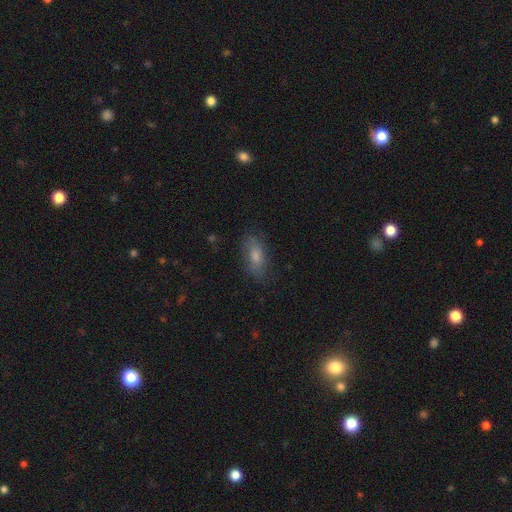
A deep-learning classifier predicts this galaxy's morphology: Smooth or featured?
  - smooth: 60% *
  - featured or disk: 26%
  - star or artifact: 14%
How rounded?
  - in between: 77% *
  - cigar-shaped: 17%
  - round: 6%
Merging?
  - none: 77% *
  - minor disturbance: 17%
  - major disturbance: 5%
  - merger: 1%